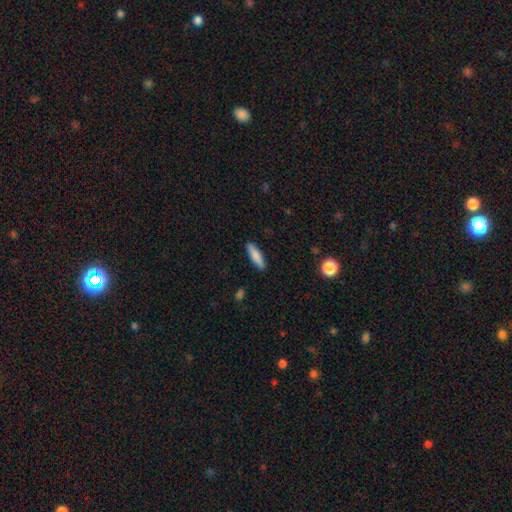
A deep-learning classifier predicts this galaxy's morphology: Overall: smooth (82%). How rounded: cigar-shaped (68%; in between 31%). Merging: none (89%).